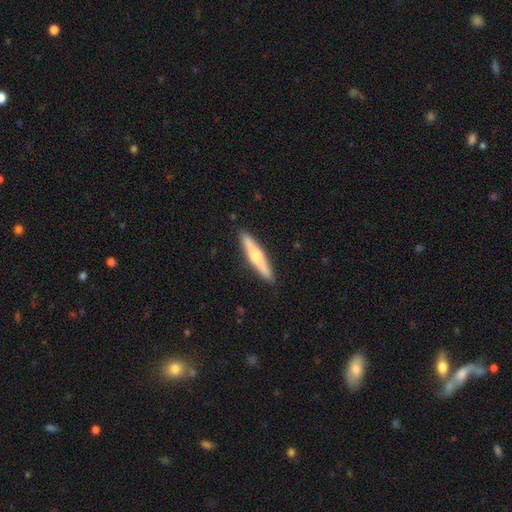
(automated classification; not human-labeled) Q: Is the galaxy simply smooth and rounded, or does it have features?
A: featured or disk — 58%.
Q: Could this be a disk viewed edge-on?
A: yes — 96%.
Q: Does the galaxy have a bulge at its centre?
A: rounded — 88%.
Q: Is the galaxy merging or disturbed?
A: none — 91%.